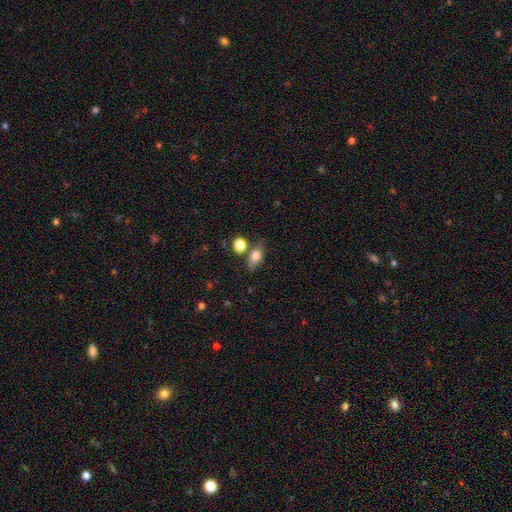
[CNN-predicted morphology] This is likely a smooth galaxy (75%). How rounded: likely in between (76%). Merging: likely none (65%).